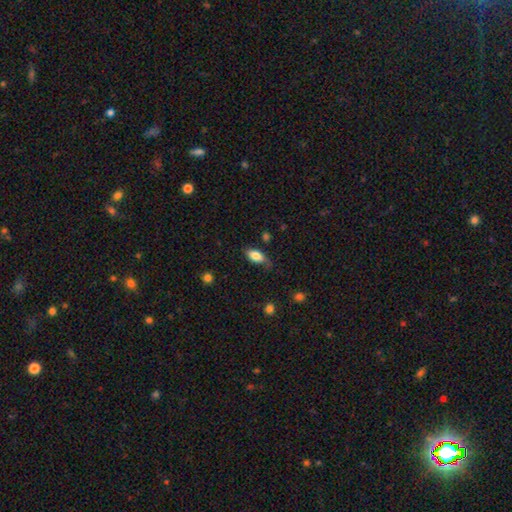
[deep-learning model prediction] Morphology: type=smooth (79%); roundness=in between (88%); merging=none (64%).